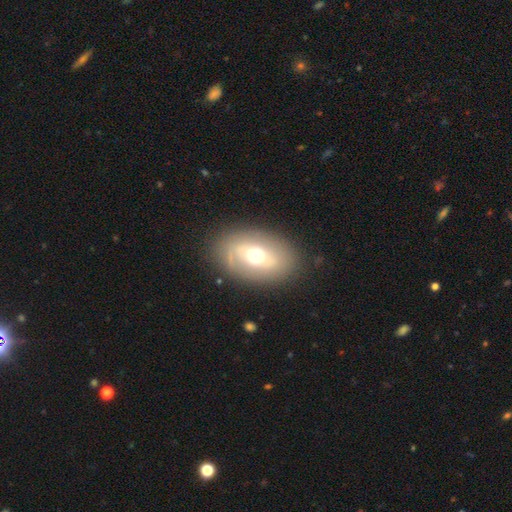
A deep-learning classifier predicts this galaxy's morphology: Smooth or featured? smooth (49%)
Merging? none (81%)